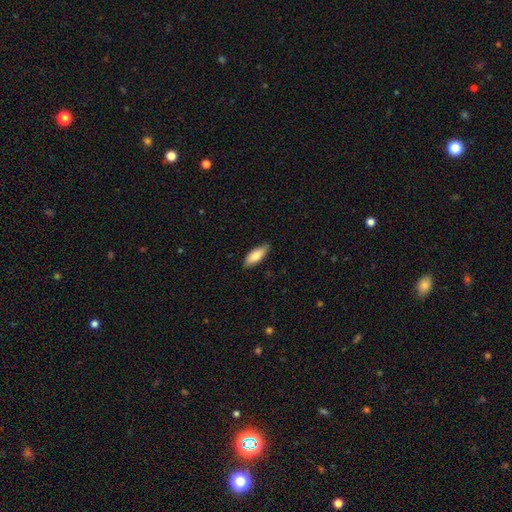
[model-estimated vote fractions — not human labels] Smooth or featured? smooth (78%)
How rounded? in between (71%)
Merging? none (85%)